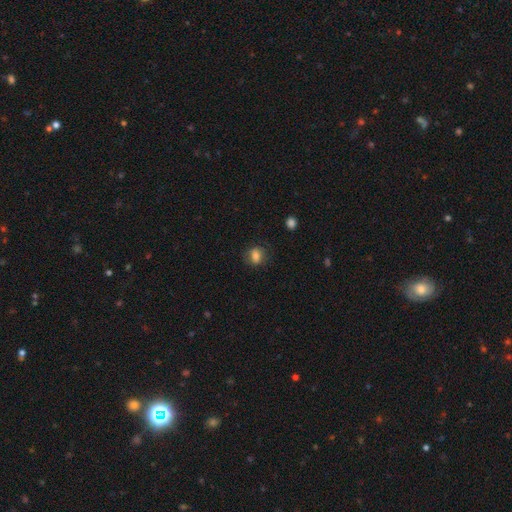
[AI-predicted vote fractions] Morphology: type=smooth (76%); roundness=in between (54%); merging=none (77%).